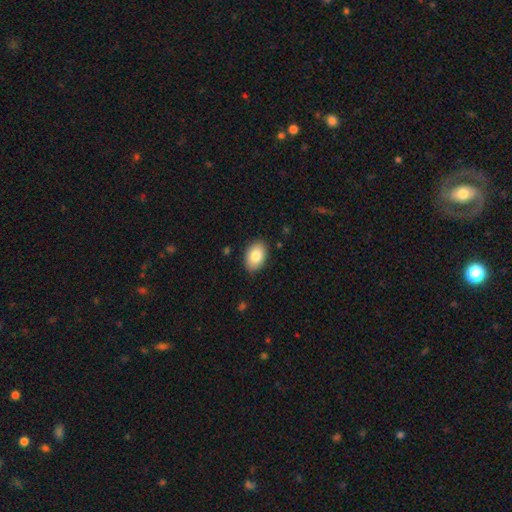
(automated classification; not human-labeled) Morphology: type=smooth (83%); roundness=in between (89%); merging=none (87%).